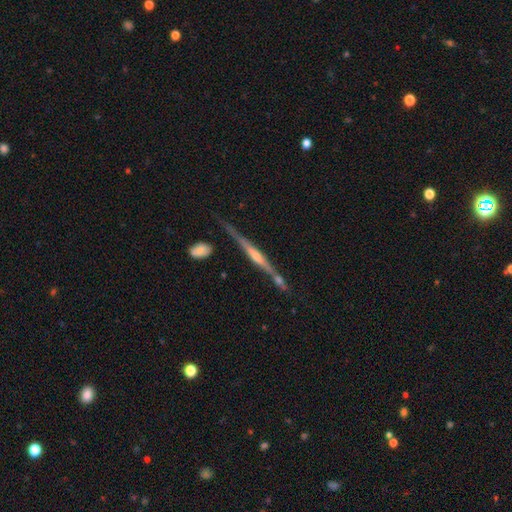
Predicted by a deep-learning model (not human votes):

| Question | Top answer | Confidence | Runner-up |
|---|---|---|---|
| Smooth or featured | featured or disk | 82% | smooth (12%) |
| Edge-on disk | yes | 97% | no (3%) |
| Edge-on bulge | rounded | 56% | boxy (24%) |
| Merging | none | 72% | minor disturbance (16%) |